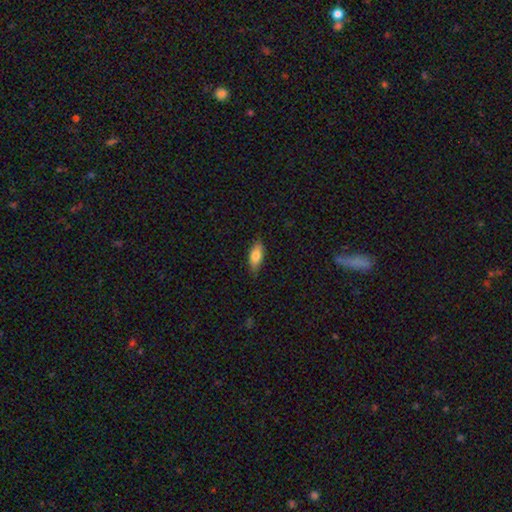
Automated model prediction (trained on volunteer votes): This appears to be a smooth galaxy with no disk features (79%) that is in between round and cigar-shaped (79%). Merging: none (83%).